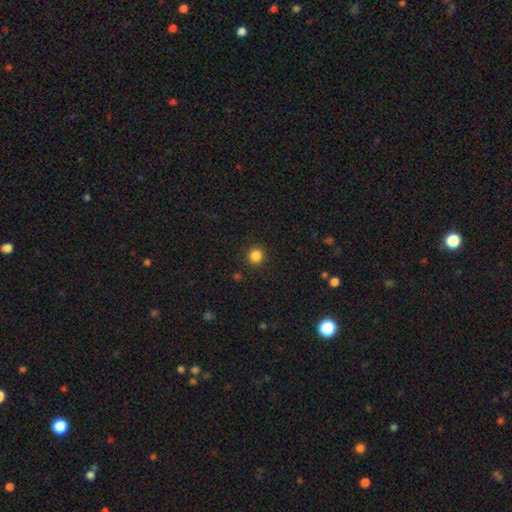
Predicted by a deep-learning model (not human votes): Q: Smooth or featured?
A: smooth (85%); runner-up: star or artifact (11%)
Q: How rounded?
A: round (90%); runner-up: in between (9%)
Q: Merging?
A: none (90%); runner-up: minor disturbance (6%)